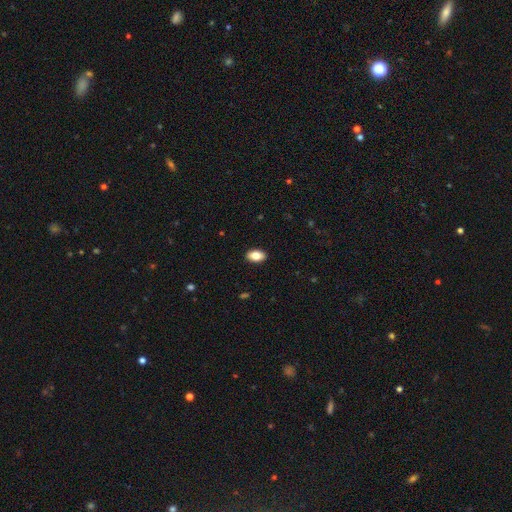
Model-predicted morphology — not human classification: type=smooth (82%); roundness=in between (91%); merging=none (90%).